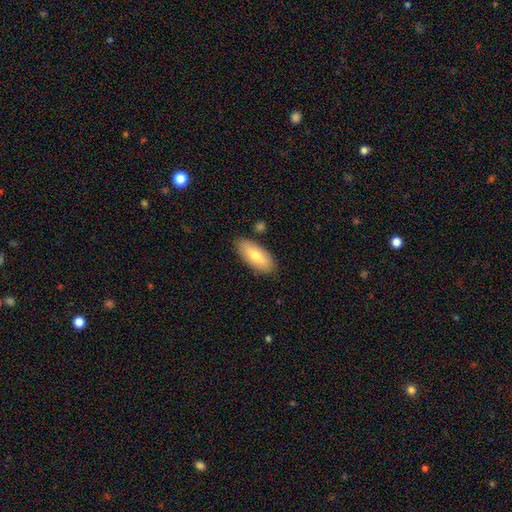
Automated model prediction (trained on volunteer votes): smooth-or-featured: smooth: 74% | featured or disk: 20% | star or artifact: 6%
  how-rounded: in between: 84% | cigar-shaped: 14% | round: 2%
  merging: none: 85% | minor disturbance: 10% | merger: 3% | major disturbance: 2%